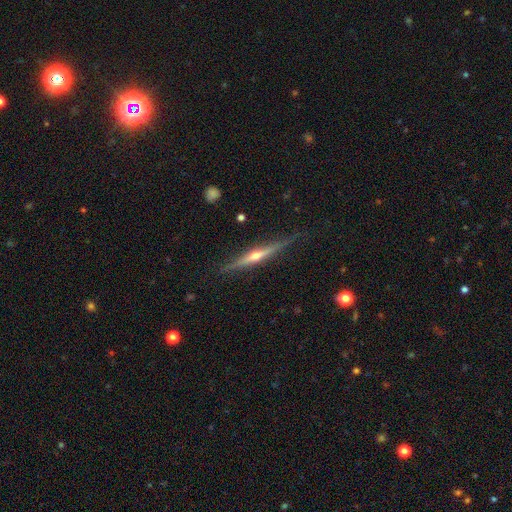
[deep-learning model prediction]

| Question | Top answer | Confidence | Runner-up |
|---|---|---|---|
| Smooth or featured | featured or disk | 79% | smooth (15%) |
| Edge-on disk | yes | 98% | no (2%) |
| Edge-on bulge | rounded | 87% | none (9%) |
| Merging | none | 84% | minor disturbance (12%) |